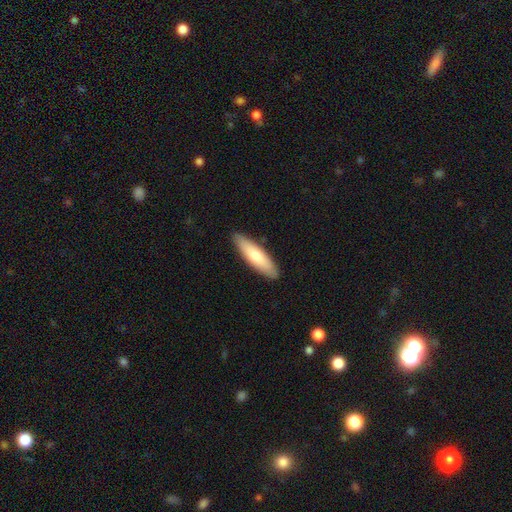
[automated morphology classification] smooth-or-featured: smooth: 74% | featured or disk: 21% | star or artifact: 5%
  how-rounded: cigar-shaped: 65% | in between: 33% | round: 1%
  merging: none: 88% | minor disturbance: 9% | major disturbance: 2% | merger: 1%